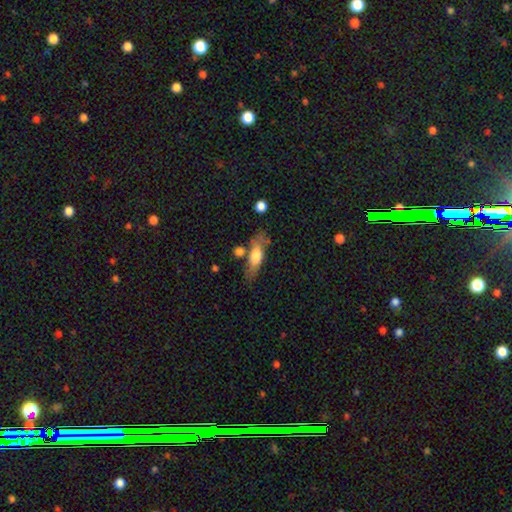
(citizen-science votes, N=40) Morphology: type=smooth (72%); roundness=cigar-shaped (55%); merging=none (54%).